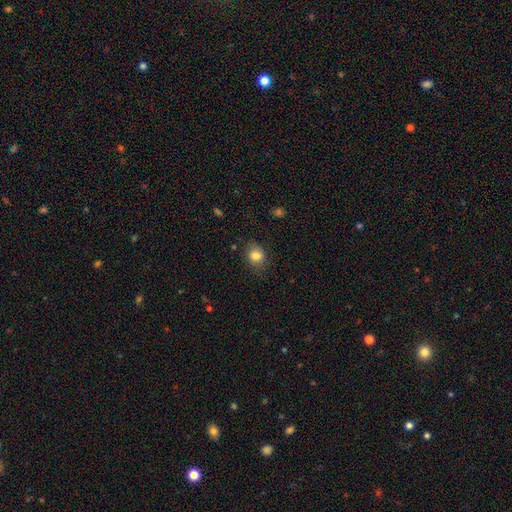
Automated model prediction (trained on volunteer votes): The model was most divided on "how rounded": round: 51%, in between: 48%, cigar-shaped: 1%. More confident: smooth or featured — smooth (82%); merging — none (75%).